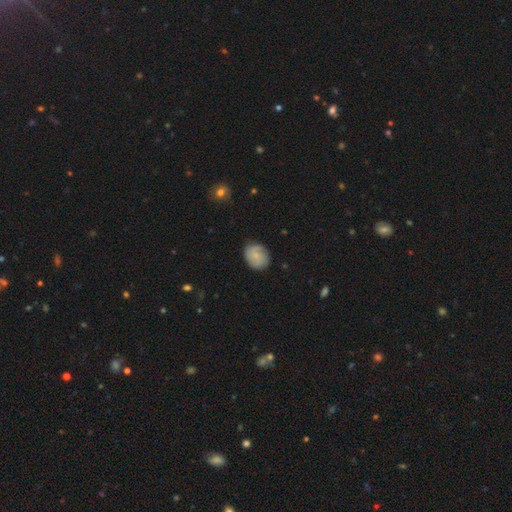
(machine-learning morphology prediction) smooth_or_featured: smooth (p=0.64) [alt: featured or disk p=0.28]
how_rounded: round (p=0.60) [alt: in between p=0.39]
merging: none (p=0.79) [alt: minor disturbance p=0.16]